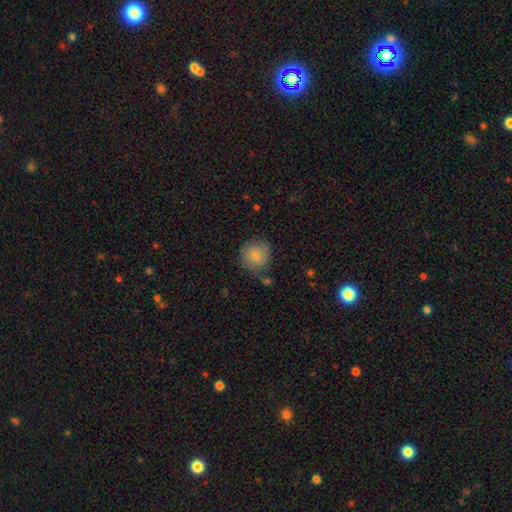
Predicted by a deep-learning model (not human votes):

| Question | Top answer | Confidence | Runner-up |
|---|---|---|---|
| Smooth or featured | smooth | 82% | featured or disk (11%) |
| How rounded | round | 91% | in between (8%) |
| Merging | none | 76% | minor disturbance (15%) |